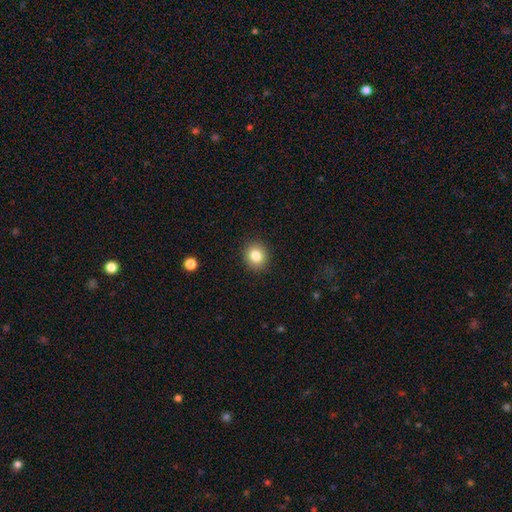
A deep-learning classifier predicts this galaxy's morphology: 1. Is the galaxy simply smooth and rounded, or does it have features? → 83% smooth, 10% star or artifact, 7% featured or disk.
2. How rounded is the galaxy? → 79% round, 20% in between, 1% cigar-shaped.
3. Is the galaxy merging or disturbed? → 90% none, 7% minor disturbance, 2% major disturbance, 1% merger.